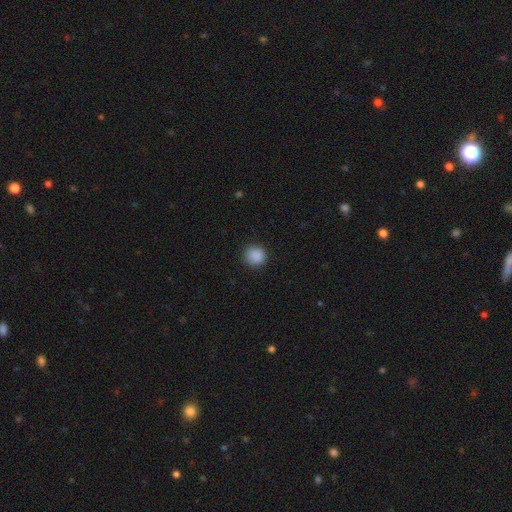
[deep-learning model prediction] smooth-or-featured: smooth: 88% | star or artifact: 9% | featured or disk: 2%
  how-rounded: round: 92% | in between: 7% | cigar-shaped: 1%
  merging: none: 90% | minor disturbance: 6% | major disturbance: 2% | merger: 1%